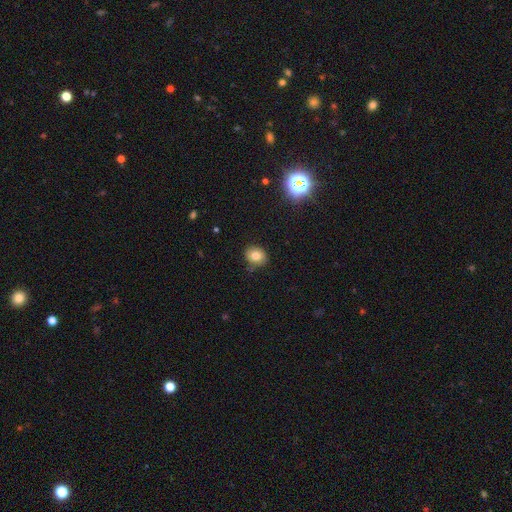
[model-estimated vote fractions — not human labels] The model was most divided on "how rounded": round: 63%, in between: 36%, cigar-shaped: 1%. More confident: merging — none (81%); smooth or featured — smooth (78%).